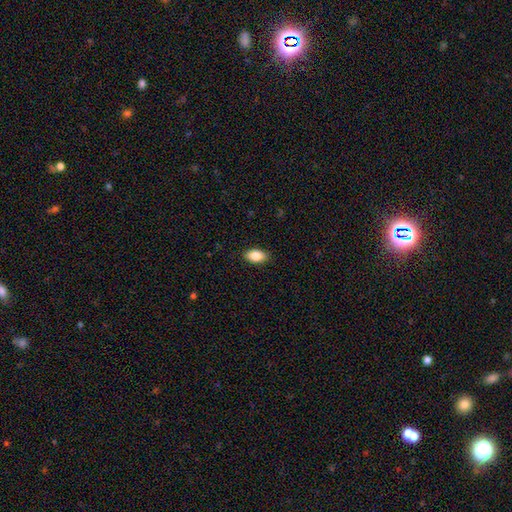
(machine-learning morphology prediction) Smooth or featured? Predicted: smooth (p=0.86). How rounded? Predicted: in between (p=0.92). Merging? Predicted: none (p=0.88).